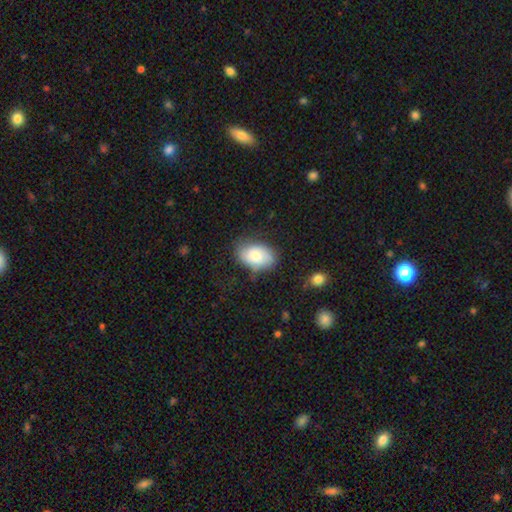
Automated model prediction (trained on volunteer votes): Smooth or featured? Predicted: smooth (p=0.74). How rounded? Predicted: in between (p=0.87). Merging? Predicted: none (p=0.65).